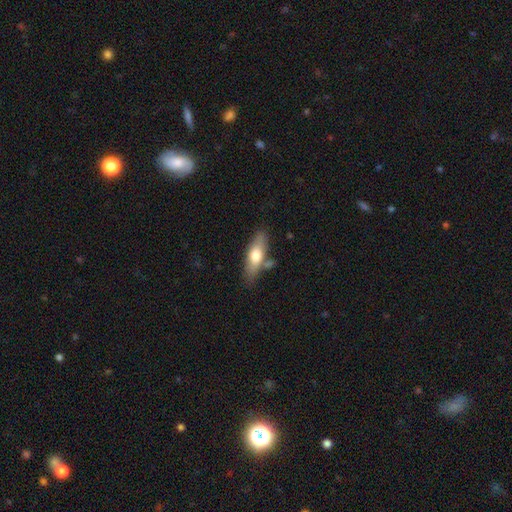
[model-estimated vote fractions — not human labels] smooth_or_featured: smooth (p=0.64) [alt: featured or disk p=0.30]
how_rounded: in between (p=0.58) [alt: cigar-shaped p=0.39]
merging: none (p=0.70) [alt: minor disturbance p=0.15]